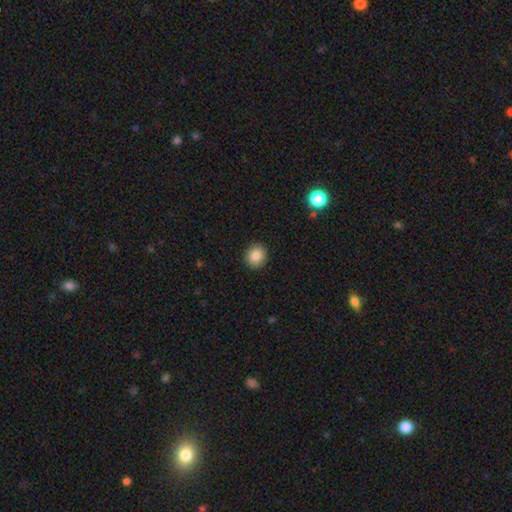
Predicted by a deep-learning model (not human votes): Smooth or featured? smooth (85%)
How rounded? round (82%)
Merging? none (91%)